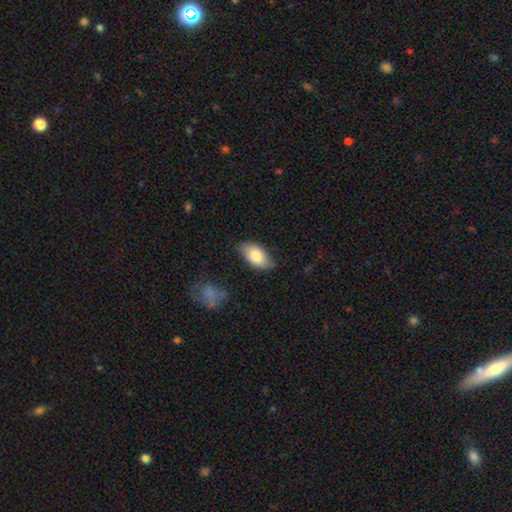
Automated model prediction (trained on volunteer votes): Overall: smooth (78%). How rounded: in between (93%). Merging: none (75%).